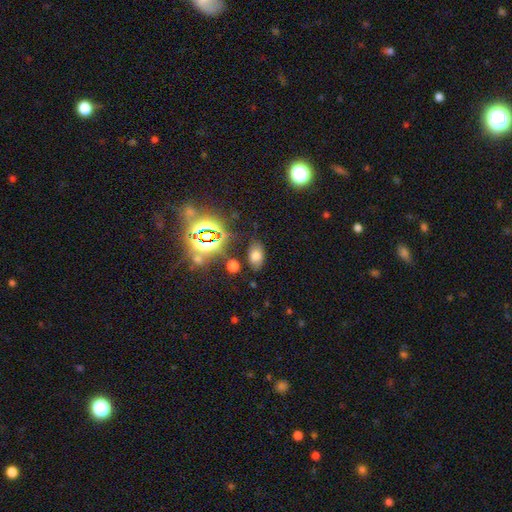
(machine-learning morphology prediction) A smooth galaxy with no disk features (66%) that is in between round and cigar-shaped (86%). Merging: none (78%).